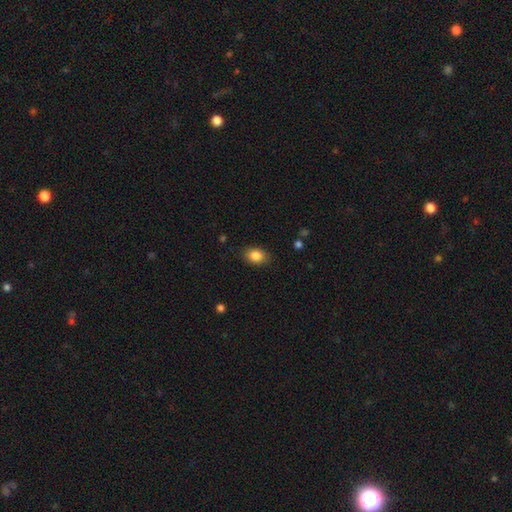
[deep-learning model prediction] Overall: smooth (85%). How rounded: in between (72%). Merging: none (86%).